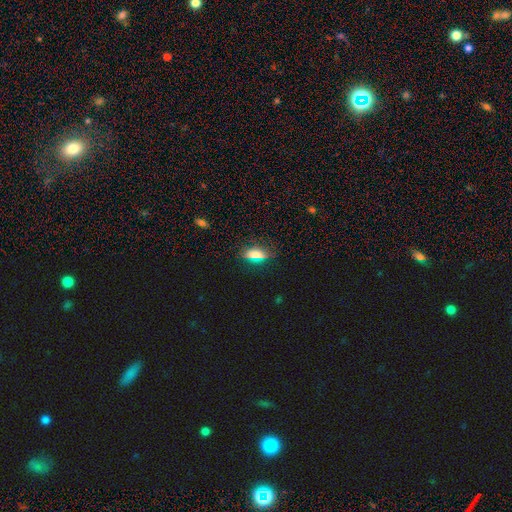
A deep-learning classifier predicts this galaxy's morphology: Overall: smooth (66%). How rounded: in between (72%). Merging: none (80%).